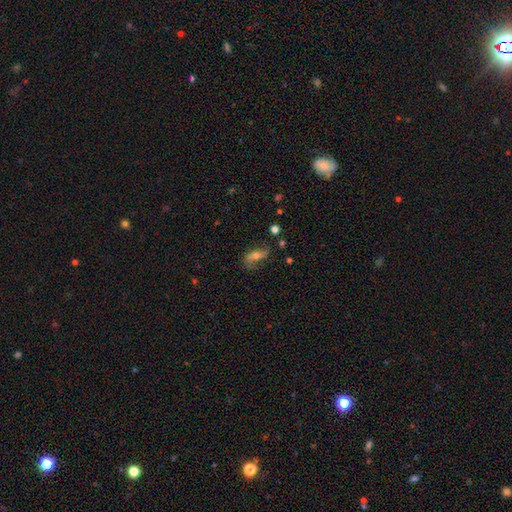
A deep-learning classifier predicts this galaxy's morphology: Smooth or featured? Predicted: featured or disk (p=0.52). Edge-on disk? Predicted: no (p=0.85). Merging? Predicted: none (p=0.62).